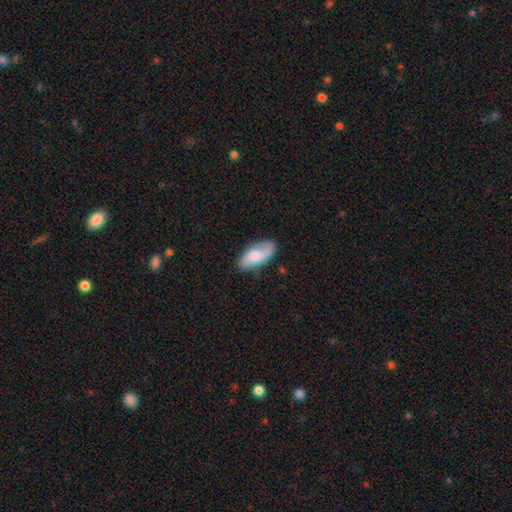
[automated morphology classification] Smooth or featured? smooth (62%)
How rounded? in between (89%)
Merging? none (73%)